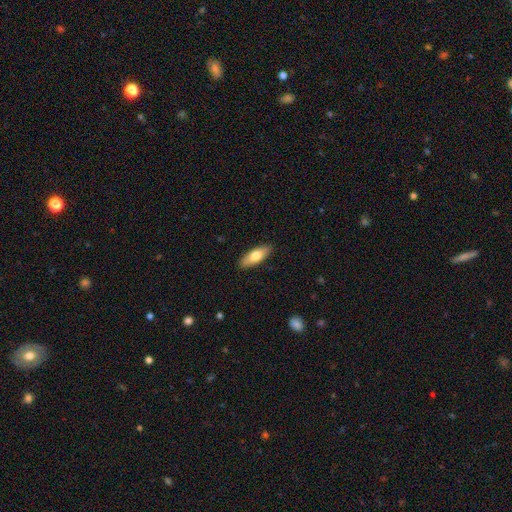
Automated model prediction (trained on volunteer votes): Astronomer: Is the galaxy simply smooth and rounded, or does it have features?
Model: smooth — 71%.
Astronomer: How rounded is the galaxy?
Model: in between — 62%.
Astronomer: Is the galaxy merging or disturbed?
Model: none — 89%.